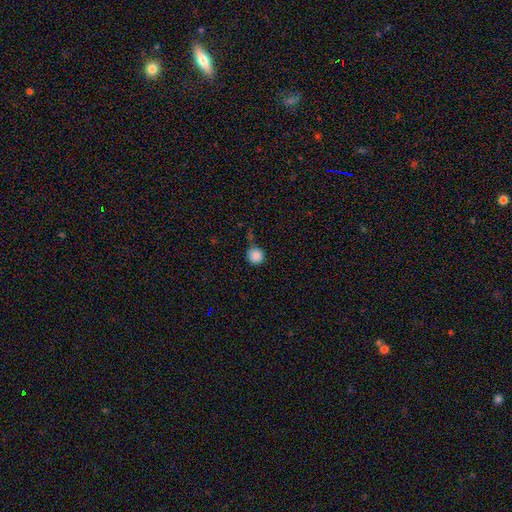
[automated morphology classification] A smooth galaxy with no disk features (87%) that is round (95%).

Vote fractions:
- Smooth or featured? smooth: 87% / star or artifact: 10% / featured or disk: 3%
- How rounded? round: 95% / in between: 4% / cigar-shaped: 1%
- Merging? none: 68% / minor disturbance: 18% / merger: 8% / major disturbance: 6%